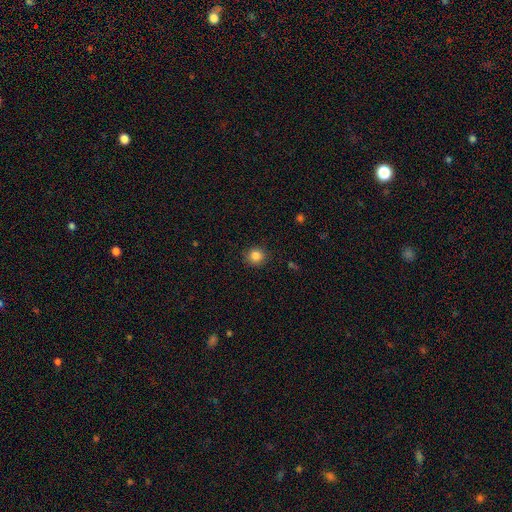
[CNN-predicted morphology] smooth_or_featured: smooth (p=0.84) [alt: star or artifact p=0.11]
how_rounded: round (p=0.90) [alt: in between p=0.09]
merging: none (p=0.89) [alt: minor disturbance p=0.08]